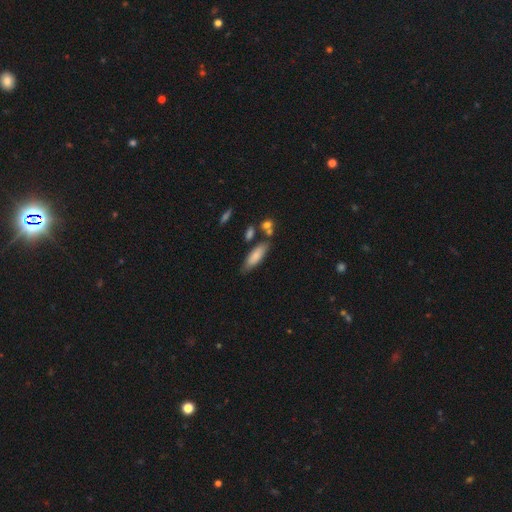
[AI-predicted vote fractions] This is likely a smooth galaxy (79%). How rounded: possibly in between (54%). Merging: likely none (72%).